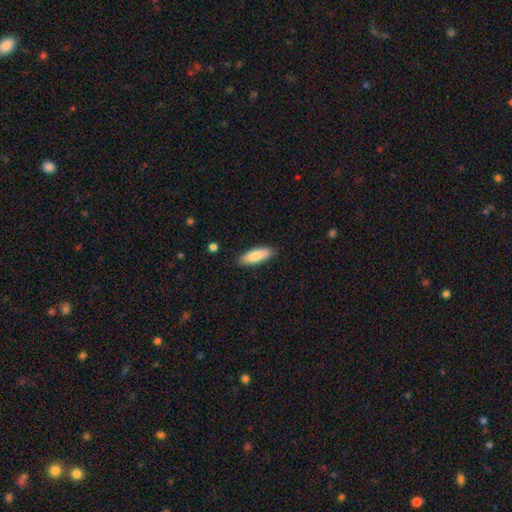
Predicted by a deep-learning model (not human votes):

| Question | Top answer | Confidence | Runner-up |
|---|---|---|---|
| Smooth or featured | smooth | 81% | featured or disk (14%) |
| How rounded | in between | 55% | cigar-shaped (43%) |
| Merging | none | 88% | minor disturbance (9%) |